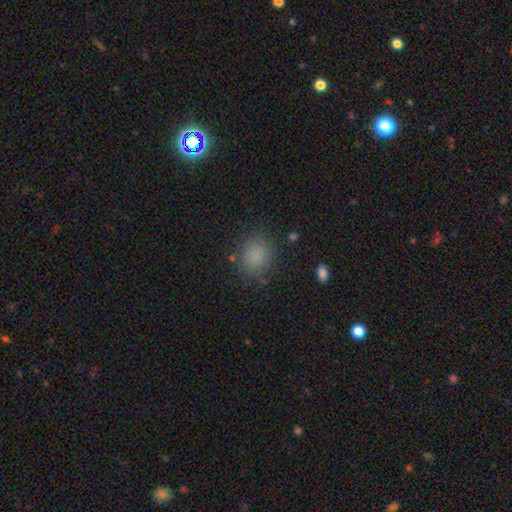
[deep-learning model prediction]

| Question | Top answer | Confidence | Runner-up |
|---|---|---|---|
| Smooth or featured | smooth | 82% | star or artifact (13%) |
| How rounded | round | 68% | in between (31%) |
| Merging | none | 81% | minor disturbance (12%) |